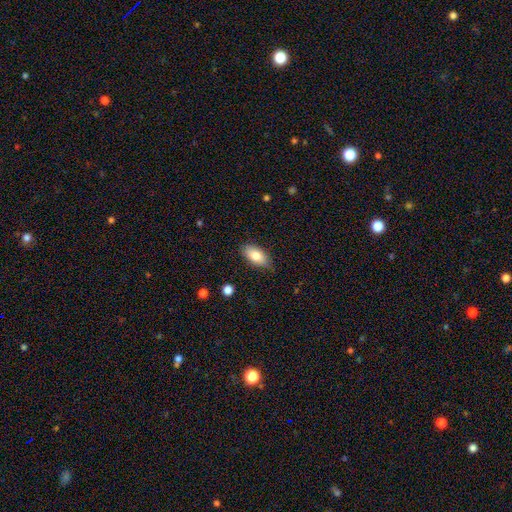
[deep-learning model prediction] Morphology: type=smooth (81%); roundness=in between (91%); merging=none (81%).